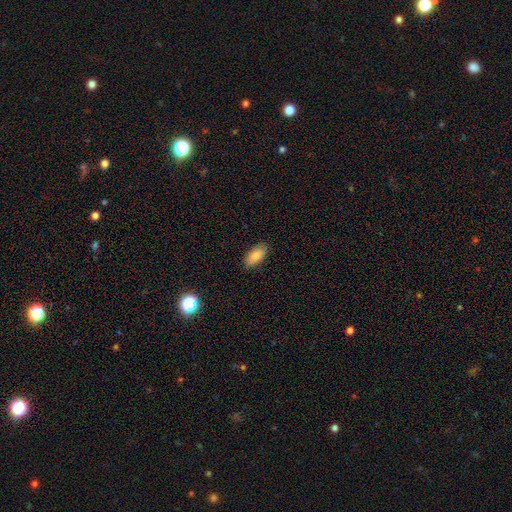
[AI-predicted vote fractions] Smooth or featured? Predicted: smooth (p=0.84). How rounded? Predicted: in between (p=0.89). Merging? Predicted: none (p=0.85).